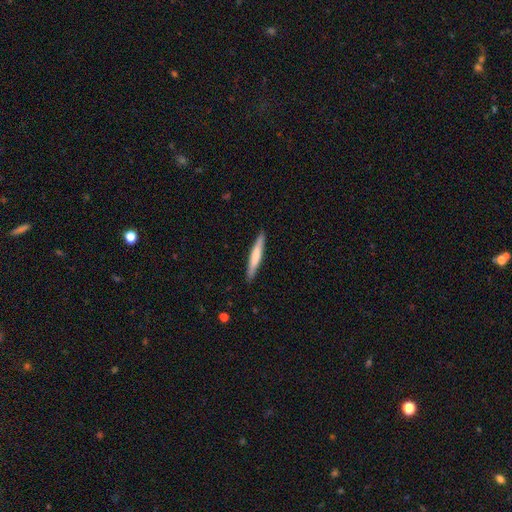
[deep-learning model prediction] Smooth or featured: smooth — 64% (featured or disk — 32%)
How rounded: cigar-shaped — 95% (in between — 4%)
Merging: none — 90% (minor disturbance — 7%)